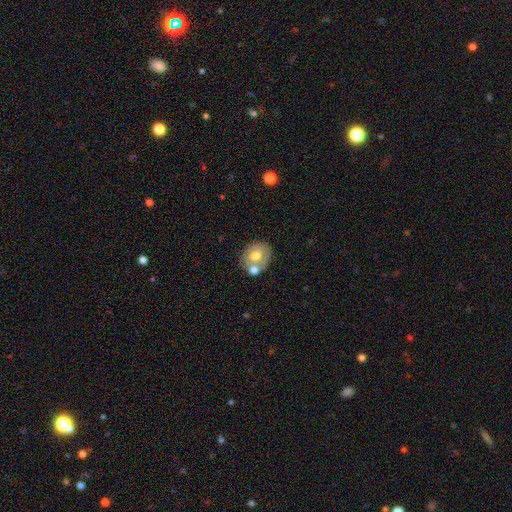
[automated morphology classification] Smooth or featured? smooth (55%)
How rounded? round (59%)
Merging? none (55%)